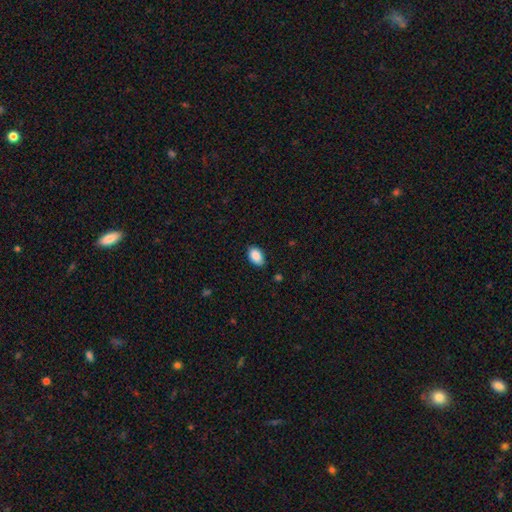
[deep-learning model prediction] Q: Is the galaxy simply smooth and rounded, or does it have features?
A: smooth — 89%.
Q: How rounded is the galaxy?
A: in between — 92%.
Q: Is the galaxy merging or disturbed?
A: none — 84%.